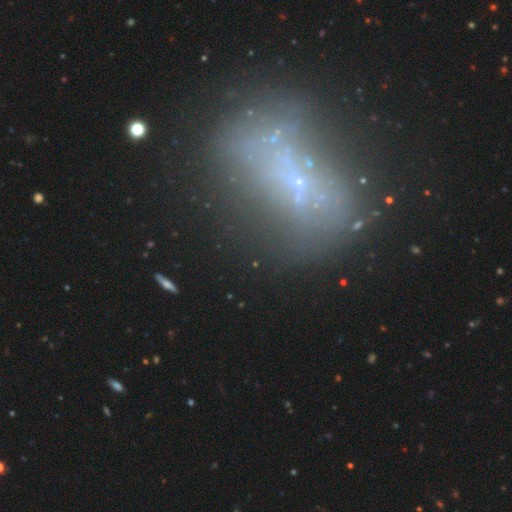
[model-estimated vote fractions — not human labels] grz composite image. It shows a featured or disk galaxy (42%). Merging: none (44%).